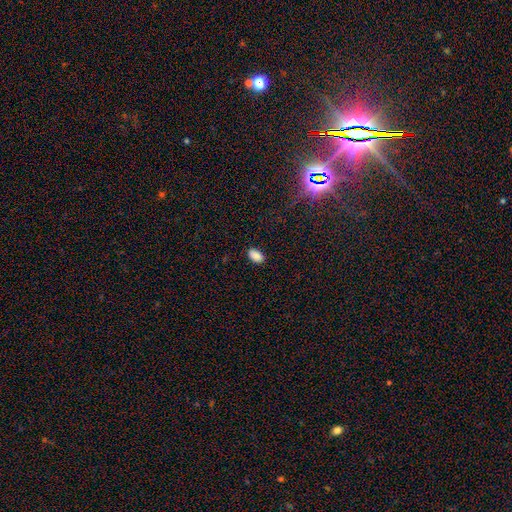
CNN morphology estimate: Overall: smooth (87%). How rounded: in between (93%). Merging: none (86%).